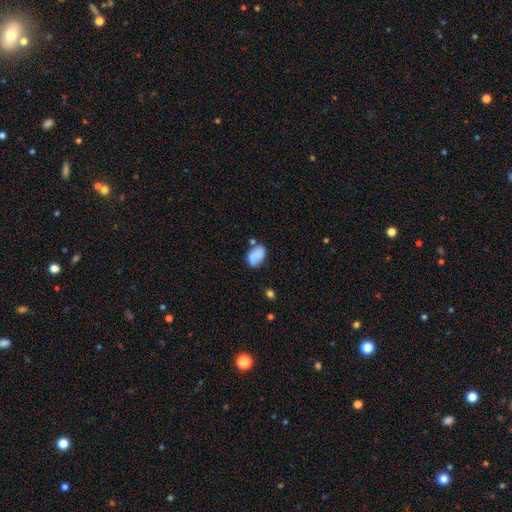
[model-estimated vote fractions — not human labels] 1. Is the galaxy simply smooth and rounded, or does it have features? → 77% smooth, 15% featured or disk, 8% star or artifact.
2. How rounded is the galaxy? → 87% in between, 12% round, 1% cigar-shaped.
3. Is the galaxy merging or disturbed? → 54% none, 24% minor disturbance, 14% merger, 8% major disturbance.